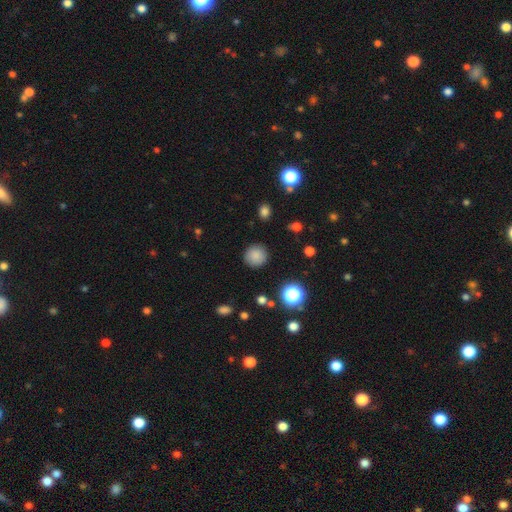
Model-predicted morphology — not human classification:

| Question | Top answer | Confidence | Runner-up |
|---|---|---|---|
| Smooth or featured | smooth | 83% | star or artifact (12%) |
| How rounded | round | 93% | in between (6%) |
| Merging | none | 88% | minor disturbance (8%) |